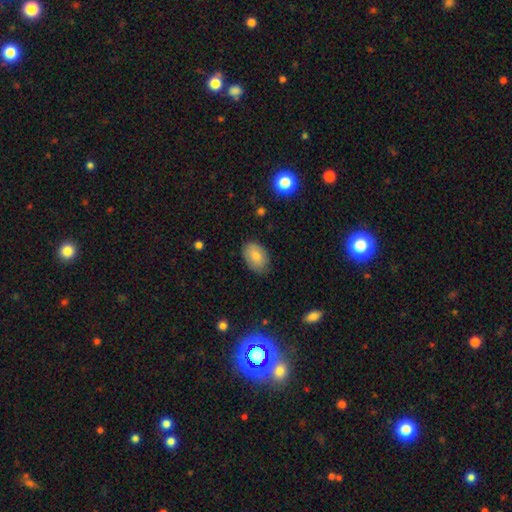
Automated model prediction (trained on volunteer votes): Smooth or featured? smooth (82%)
How rounded? in between (87%)
Merging? none (81%)